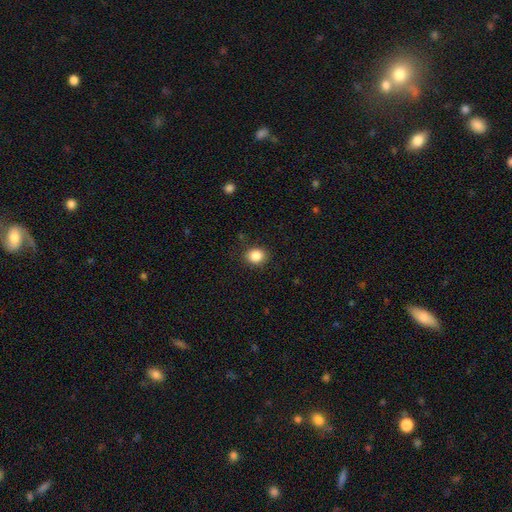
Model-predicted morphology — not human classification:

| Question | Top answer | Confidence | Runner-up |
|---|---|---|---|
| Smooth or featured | smooth | 86% | star or artifact (10%) |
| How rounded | round | 61% | in between (38%) |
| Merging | none | 87% | minor disturbance (9%) |